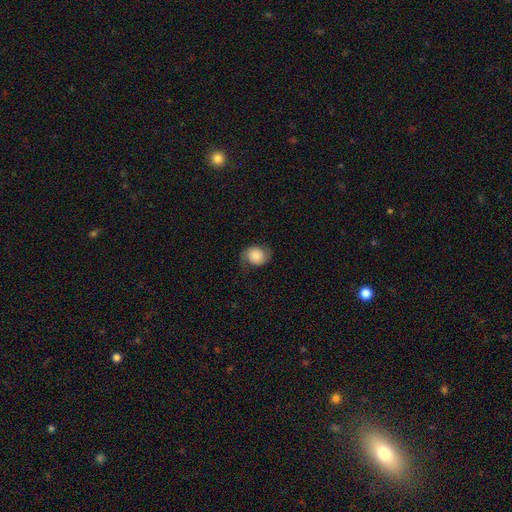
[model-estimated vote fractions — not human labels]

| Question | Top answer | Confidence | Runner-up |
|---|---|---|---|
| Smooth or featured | smooth | 57% | featured or disk (34%) |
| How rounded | round | 63% | in between (36%) |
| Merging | none | 65% | minor disturbance (21%) |